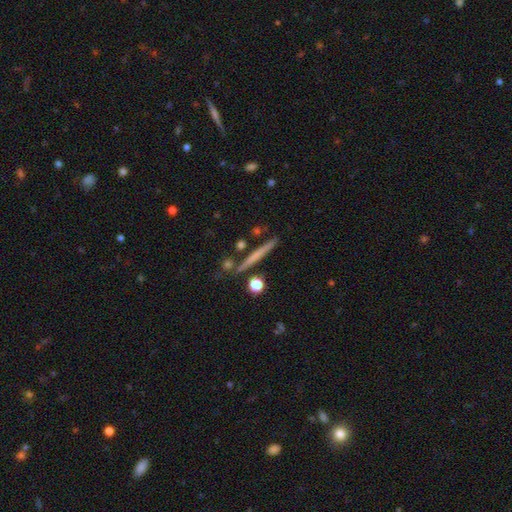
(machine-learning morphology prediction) Q: Smooth or featured?
A: smooth (47%); runner-up: featured or disk (45%)
Q: Merging?
A: none (84%); runner-up: minor disturbance (8%)